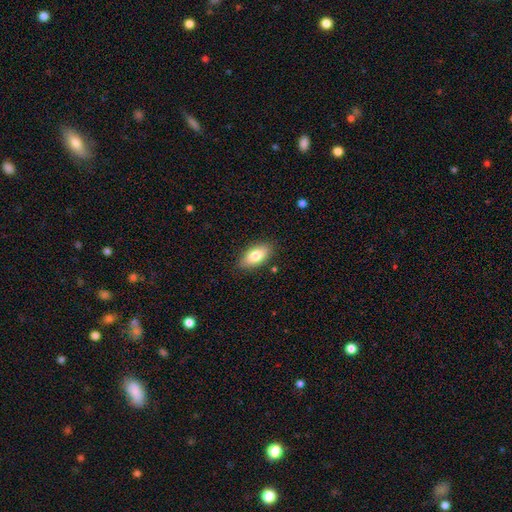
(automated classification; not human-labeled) smooth_or_featured: smooth (p=0.80) [alt: featured or disk p=0.13]
how_rounded: in between (p=0.90) [alt: cigar-shaped p=0.07]
merging: none (p=0.85) [alt: minor disturbance p=0.11]